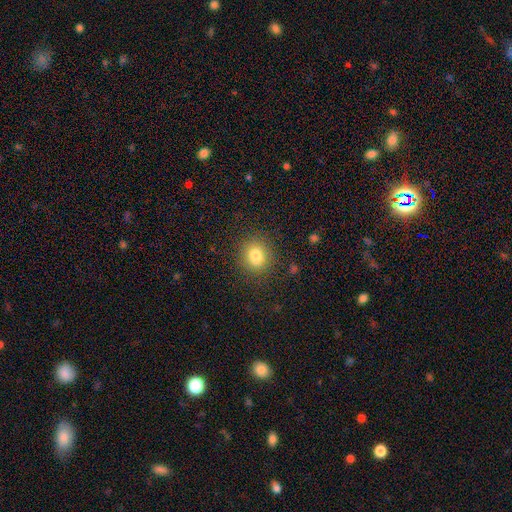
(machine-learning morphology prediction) This appears to be a smooth galaxy with no disk features (80%) that is round (70%). Merging: none (83%).